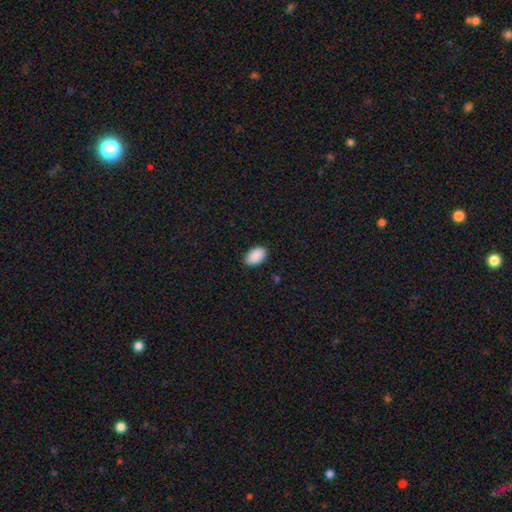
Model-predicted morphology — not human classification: A smooth galaxy with no disk features (91%) that is in between round and cigar-shaped (94%).

Vote fractions:
- Smooth or featured? smooth: 91% / star or artifact: 6% / featured or disk: 2%
- How rounded? in between: 94% / round: 5% / cigar-shaped: 1%
- Merging? none: 88% / minor disturbance: 9% / major disturbance: 2% / merger: 1%